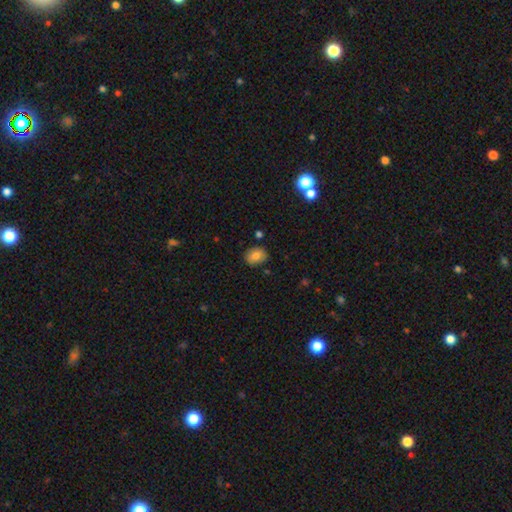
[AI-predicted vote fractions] Overall: smooth (80%). How rounded: in between (54%; round 46%). Merging: none (83%).